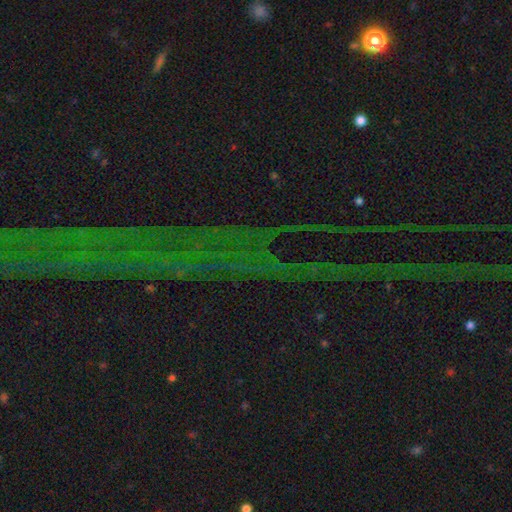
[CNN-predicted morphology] Overall: star or artifact (81%).